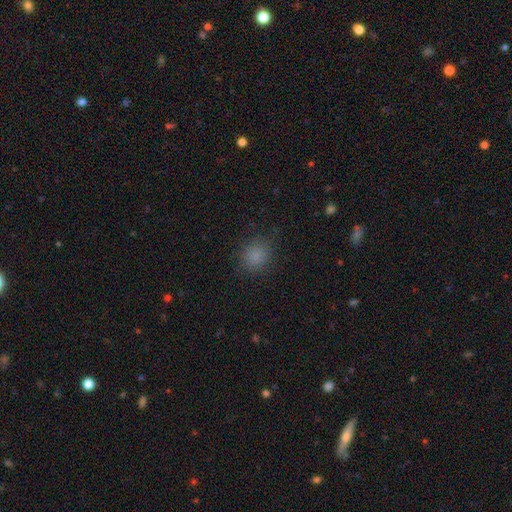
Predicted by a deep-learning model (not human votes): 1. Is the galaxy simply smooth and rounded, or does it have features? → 83% smooth, 13% star or artifact, 4% featured or disk.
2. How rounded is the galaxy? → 80% round, 19% in between, 1% cigar-shaped.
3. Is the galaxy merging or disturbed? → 84% none, 11% minor disturbance, 4% major disturbance, 1% merger.